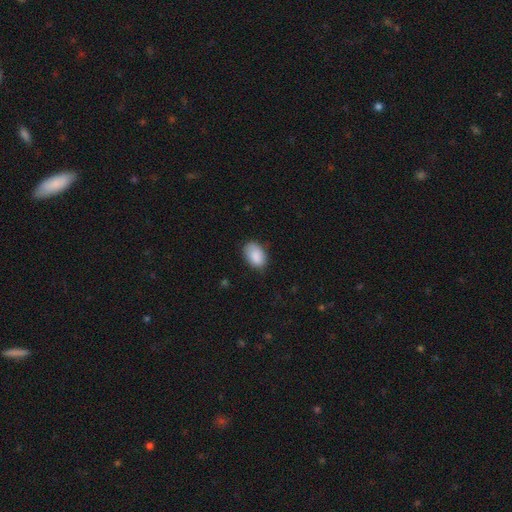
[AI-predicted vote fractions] Smooth or featured: smooth — 87% (star or artifact — 7%)
How rounded: in between — 87% (round — 12%)
Merging: none — 73% (minor disturbance — 22%)